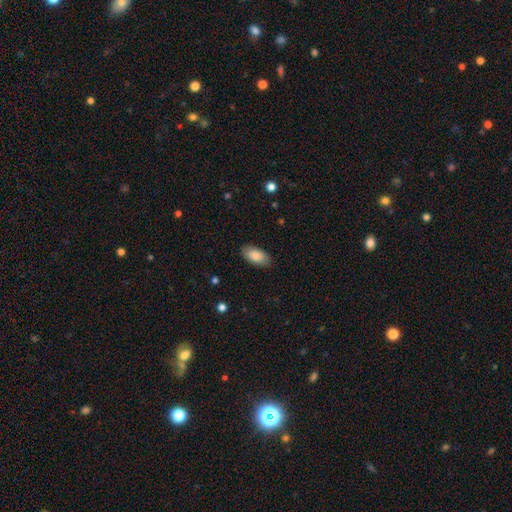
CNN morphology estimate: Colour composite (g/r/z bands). It shows a smooth galaxy with no disk features (86%) that is in between round and cigar-shaped (94%). Merging: none (87%).